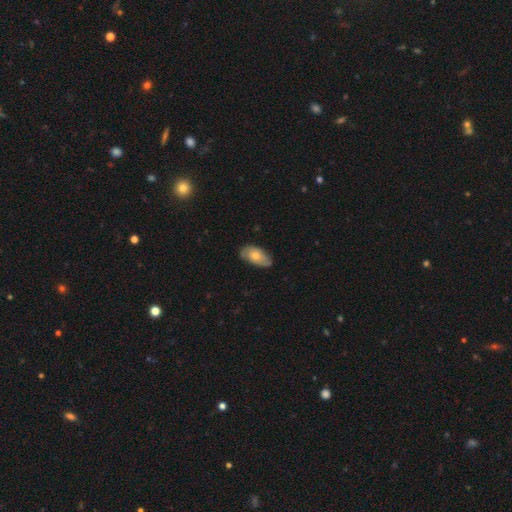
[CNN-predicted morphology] type=smooth (57%); roundness=in between (93%); merging=none (69%).